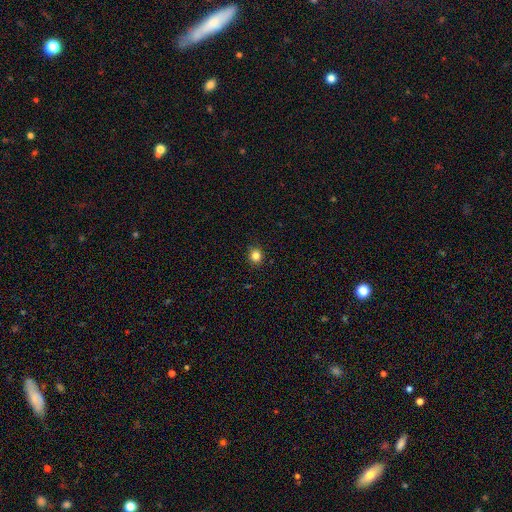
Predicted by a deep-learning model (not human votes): A smooth galaxy with no disk features (83%) that is round (83%).

Vote fractions:
- Smooth or featured? smooth: 83% / star or artifact: 12% / featured or disk: 4%
- How rounded? round: 83% / in between: 16% / cigar-shaped: 1%
- Merging? none: 90% / minor disturbance: 7% / major disturbance: 2% / merger: 1%